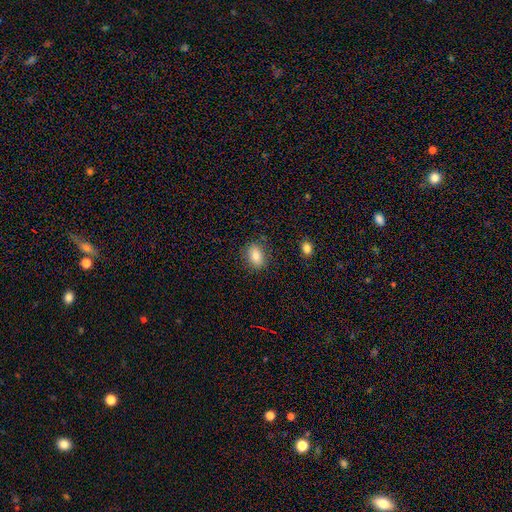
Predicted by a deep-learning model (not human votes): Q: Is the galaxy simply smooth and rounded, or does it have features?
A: smooth — 81%.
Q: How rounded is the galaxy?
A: in between — 71%.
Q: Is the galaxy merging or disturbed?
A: none — 83%.